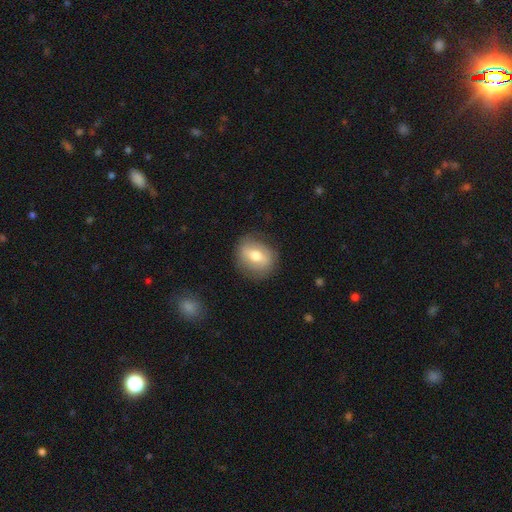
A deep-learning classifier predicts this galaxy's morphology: Q: Smooth or featured?
A: smooth (59%); runner-up: featured or disk (33%)
Q: How rounded?
A: round (58%); runner-up: in between (40%)
Q: Merging?
A: none (82%); runner-up: minor disturbance (13%)